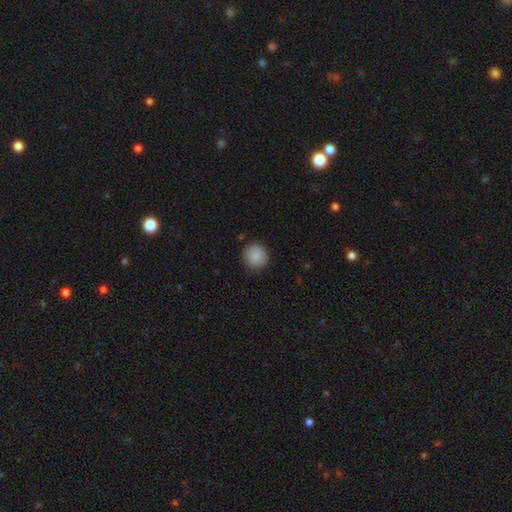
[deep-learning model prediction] The model was most divided on "smooth or featured": smooth: 88%, star or artifact: 7%, featured or disk: 4%. More confident: how rounded — round (94%); merging — none (90%).